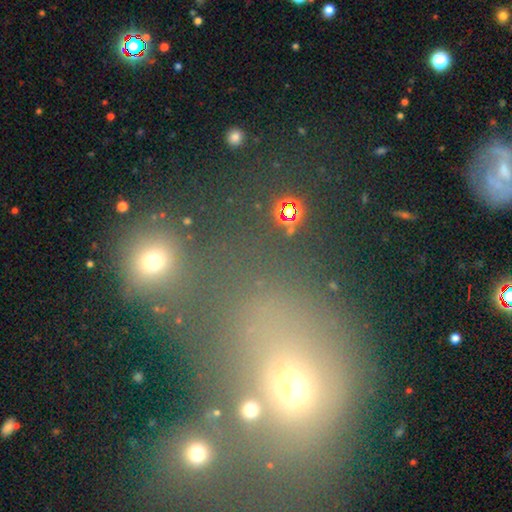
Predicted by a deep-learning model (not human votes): Q: Smooth or featured?
A: smooth (53%); runner-up: star or artifact (32%)
Q: How rounded?
A: round (62%); runner-up: in between (36%)
Q: Merging?
A: none (44%); runner-up: merger (33%)